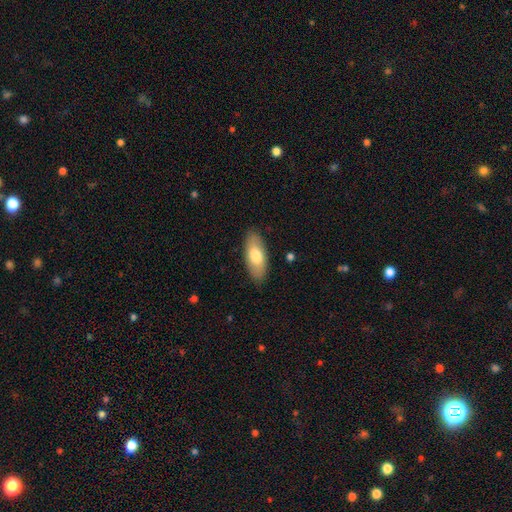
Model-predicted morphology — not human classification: A smooth galaxy with no disk features (76%) that is in between round and cigar-shaped (84%). Merging: none (87%).